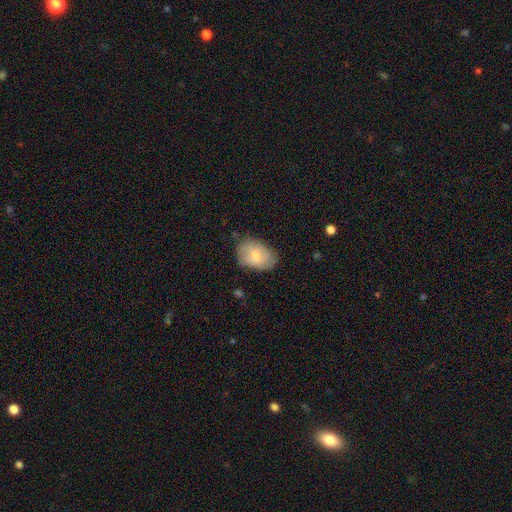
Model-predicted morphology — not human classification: Q: Smooth or featured?
A: smooth (70%); runner-up: featured or disk (24%)
Q: How rounded?
A: in between (81%); runner-up: round (18%)
Q: Merging?
A: none (71%); runner-up: minor disturbance (23%)